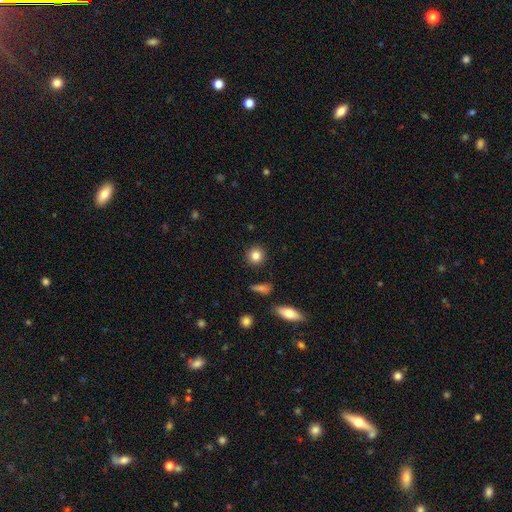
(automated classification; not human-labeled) This appears to be a smooth galaxy with no disk features (83%) that is round (91%). Merging: none (91%).